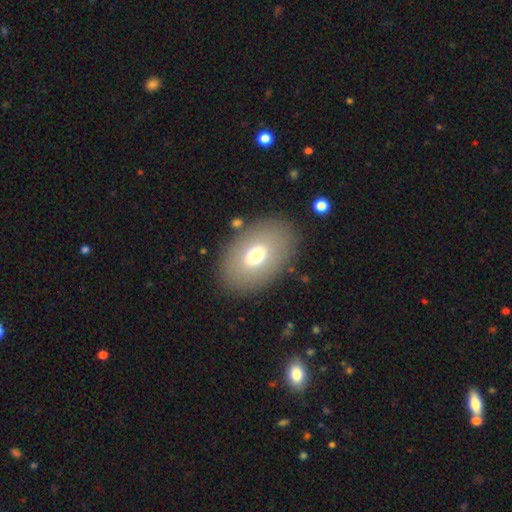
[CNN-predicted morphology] Smooth or featured?
  - smooth: 68% *
  - featured or disk: 23%
  - star or artifact: 9%
How rounded?
  - in between: 83% *
  - round: 16%
  - cigar-shaped: 1%
Merging?
  - none: 85% *
  - minor disturbance: 9%
  - major disturbance: 4%
  - merger: 2%